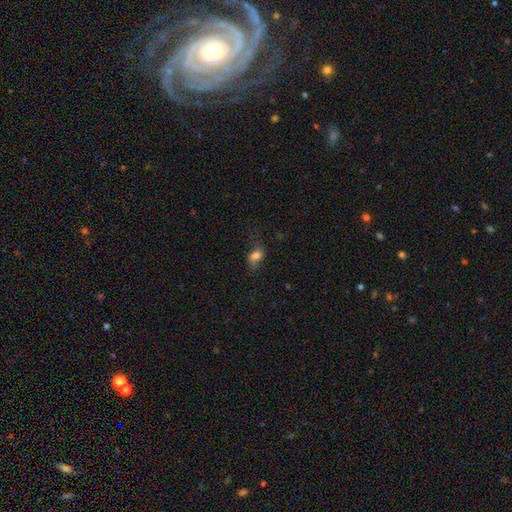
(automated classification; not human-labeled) Morphology: type=smooth (67%); roundness=in between (66%); merging=none (50%).